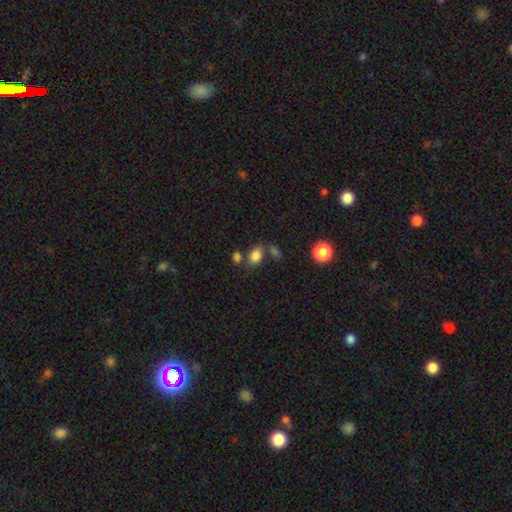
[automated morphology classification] Smooth or featured? Predicted: smooth (p=0.82). How rounded? Predicted: in between (p=0.69). Merging? Predicted: none (p=0.60).